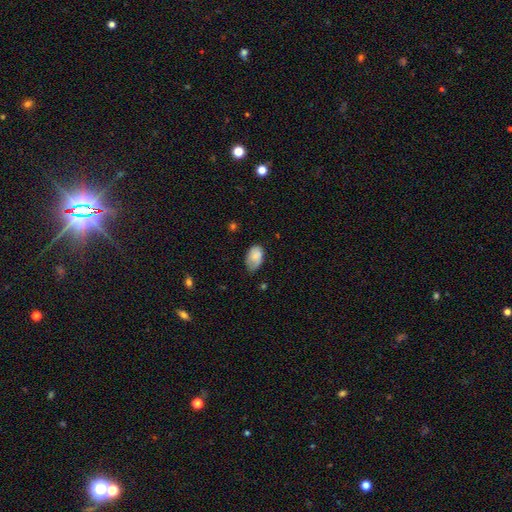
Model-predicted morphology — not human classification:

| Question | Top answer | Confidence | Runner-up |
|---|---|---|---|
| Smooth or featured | smooth | 77% | featured or disk (16%) |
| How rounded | in between | 91% | round (8%) |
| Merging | none | 50% | minor disturbance (36%) |